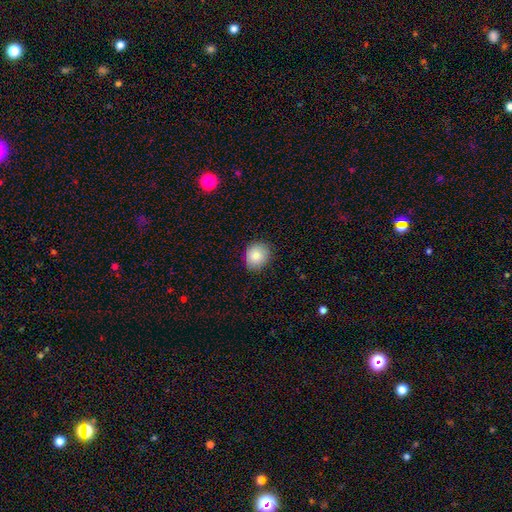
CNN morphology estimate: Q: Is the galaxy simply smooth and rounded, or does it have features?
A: smooth — 86%.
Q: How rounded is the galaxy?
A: round — 66%.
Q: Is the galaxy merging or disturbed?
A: none — 84%.